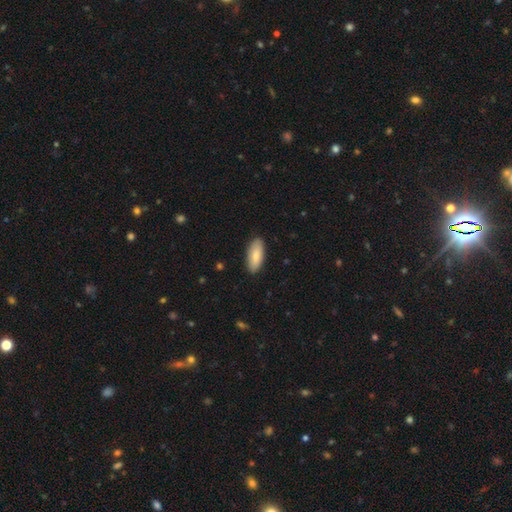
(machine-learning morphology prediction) The model was most divided on "how rounded": in between: 82%, cigar-shaped: 17%, round: 2%. More confident: merging — none (88%); smooth or featured — smooth (85%).